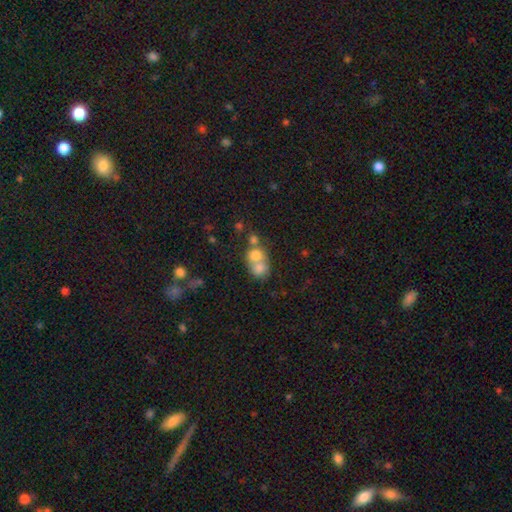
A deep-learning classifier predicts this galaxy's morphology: Smooth or featured? Predicted: smooth (p=0.72). How rounded? Predicted: round (p=0.71). Merging? Predicted: merger (p=0.67).